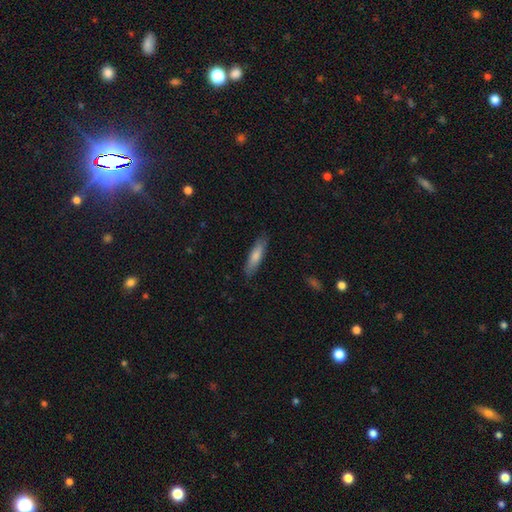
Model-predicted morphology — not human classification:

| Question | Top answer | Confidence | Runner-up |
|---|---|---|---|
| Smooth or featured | smooth | 78% | featured or disk (17%) |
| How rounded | cigar-shaped | 72% | in between (27%) |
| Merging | none | 85% | minor disturbance (12%) |